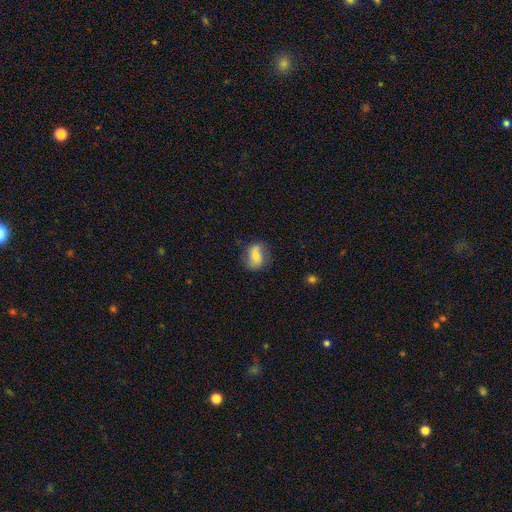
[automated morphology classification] Overall: smooth (57%; featured or disk 34%). How rounded: in between (56%; round 42%). Merging: none (72%).